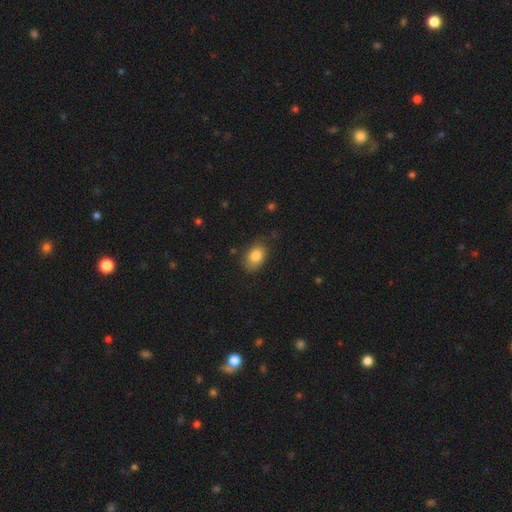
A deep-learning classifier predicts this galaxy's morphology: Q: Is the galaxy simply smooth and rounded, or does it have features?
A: smooth — 84%.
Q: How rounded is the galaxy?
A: in between — 84%.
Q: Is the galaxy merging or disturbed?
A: none — 76%.